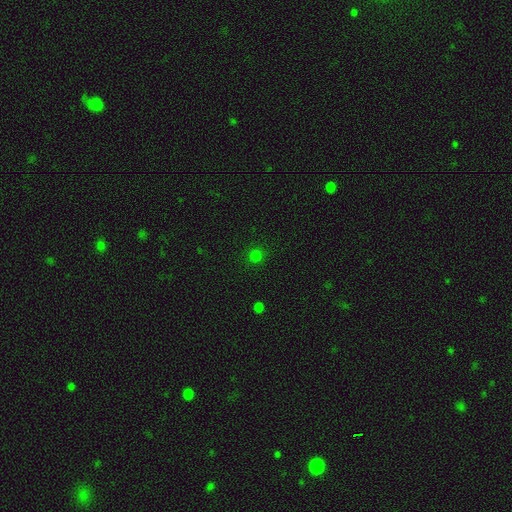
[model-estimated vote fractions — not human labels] A smooth galaxy with no disk features (74%) that is round (92%).

Vote fractions:
- Smooth or featured? smooth: 74% / star or artifact: 22% / featured or disk: 4%
- How rounded? round: 92% / in between: 7% / cigar-shaped: 1%
- Merging? none: 89% / minor disturbance: 7% / major disturbance: 3% / merger: 2%